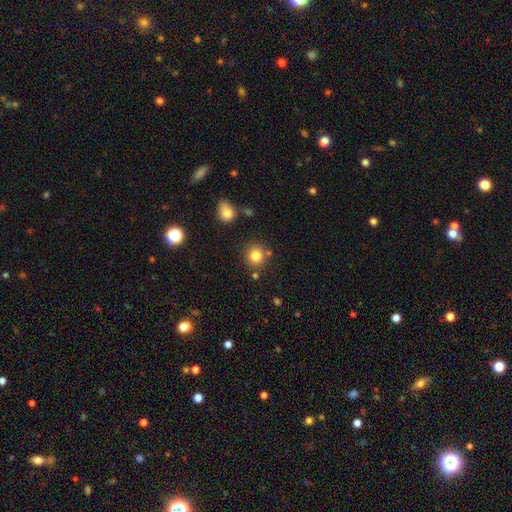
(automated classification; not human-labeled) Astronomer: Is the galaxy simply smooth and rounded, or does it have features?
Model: smooth — 83%.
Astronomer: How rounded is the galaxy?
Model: round — 89%.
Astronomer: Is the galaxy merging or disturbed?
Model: none — 80%.